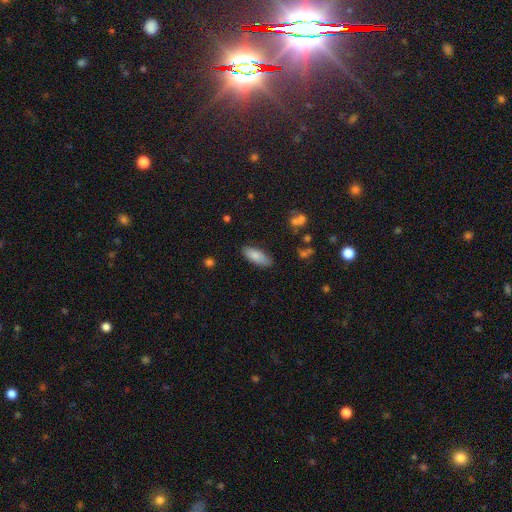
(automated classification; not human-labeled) Smooth or featured? Predicted: smooth (p=0.82). How rounded? Predicted: in between (p=0.78). Merging? Predicted: none (p=0.82).